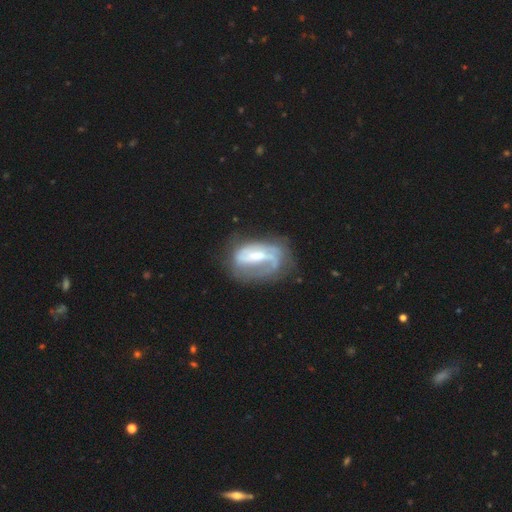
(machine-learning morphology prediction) Smooth or featured? Predicted: featured or disk (p=0.69). Edge-on disk? Predicted: no (p=0.95). Bar? Predicted: weak (p=0.39). Spiral arms? Predicted: yes (p=0.70). Bulge size? Predicted: moderate (p=0.41). Merging? Predicted: none (p=0.37).